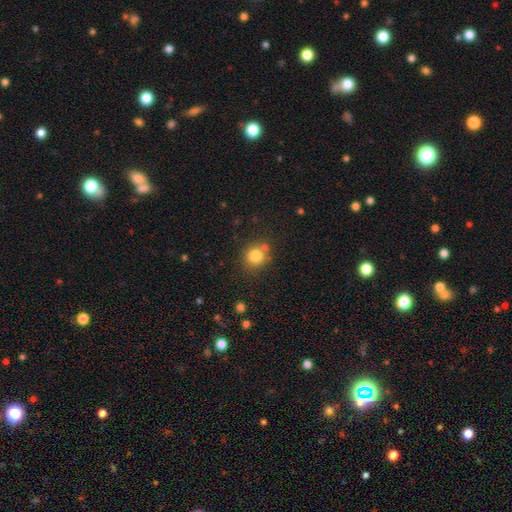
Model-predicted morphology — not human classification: The model was most divided on "merging": none: 70%, minor disturbance: 14%, merger: 11%, major disturbance: 4%. More confident: smooth or featured — smooth (82%); how rounded — round (81%).